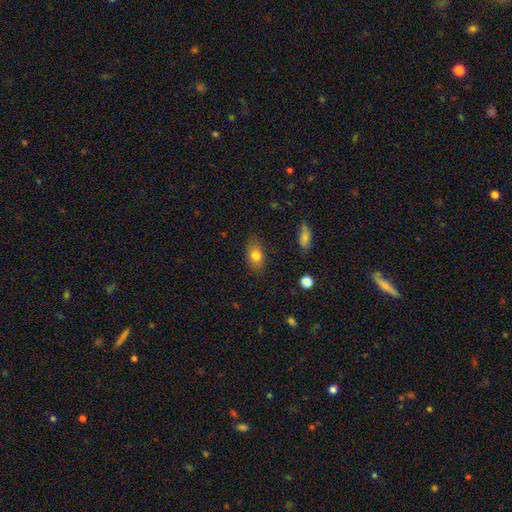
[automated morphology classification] The model was most divided on "how rounded": in between: 81%, round: 16%, cigar-shaped: 3%. More confident: merging — none (81%); smooth or featured — smooth (78%).